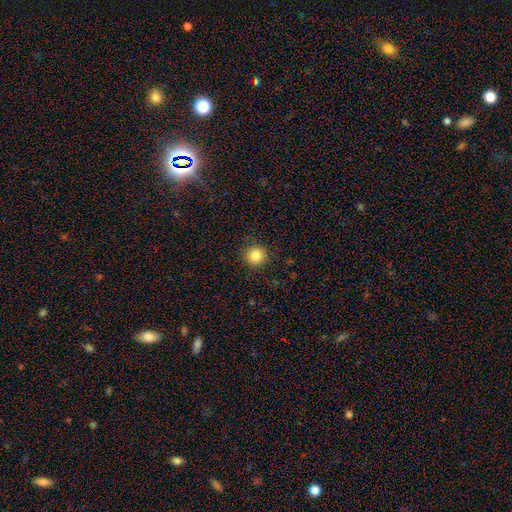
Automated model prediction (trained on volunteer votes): smooth_or_featured: smooth (p=0.85) [alt: star or artifact p=0.11]
how_rounded: round (p=0.94) [alt: in between p=0.05]
merging: none (p=0.91) [alt: minor disturbance p=0.06]